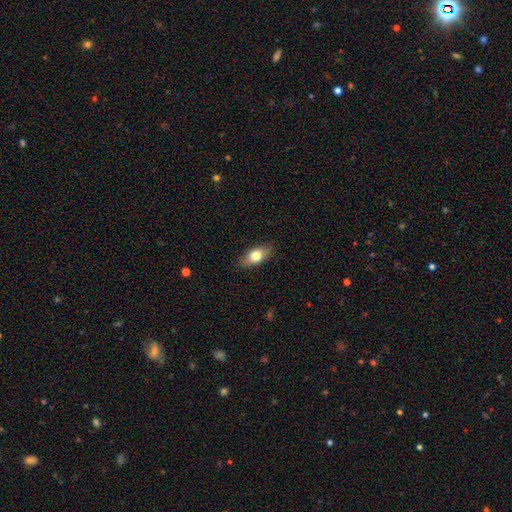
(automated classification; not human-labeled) Overall: smooth (75%). How rounded: in between (84%). Merging: none (86%).